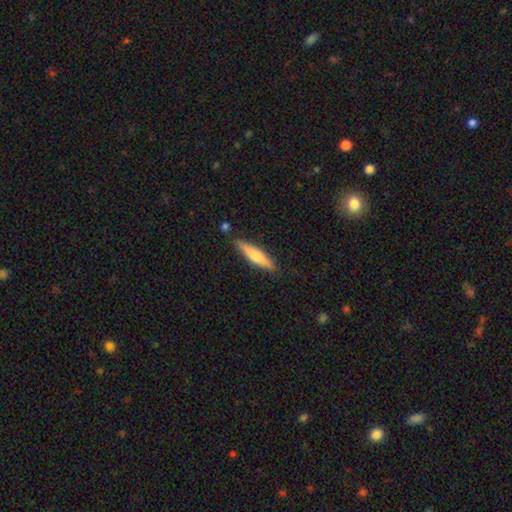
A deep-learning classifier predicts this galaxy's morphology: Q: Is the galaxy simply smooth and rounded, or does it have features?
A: smooth — 56%.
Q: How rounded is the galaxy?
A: cigar-shaped — 84%.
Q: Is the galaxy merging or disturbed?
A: none — 86%.